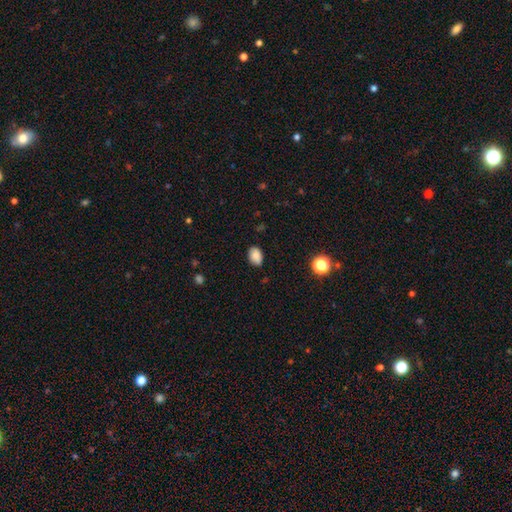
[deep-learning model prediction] Q: Smooth or featured?
A: smooth (86%); runner-up: star or artifact (9%)
Q: How rounded?
A: in between (82%); runner-up: round (17%)
Q: Merging?
A: none (83%); runner-up: minor disturbance (13%)